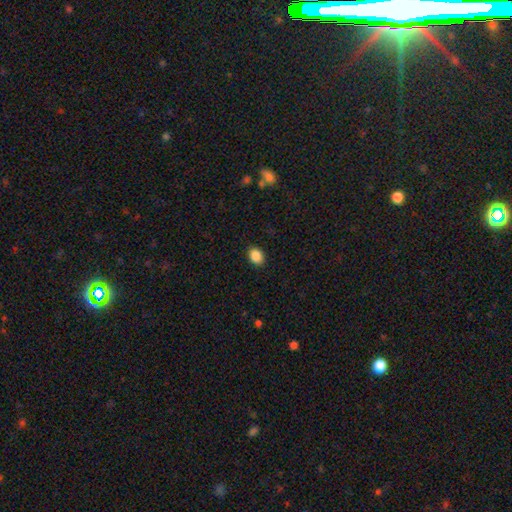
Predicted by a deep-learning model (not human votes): A smooth galaxy with no disk features (88%) that is in between round and cigar-shaped (65%). Merging: none (90%).